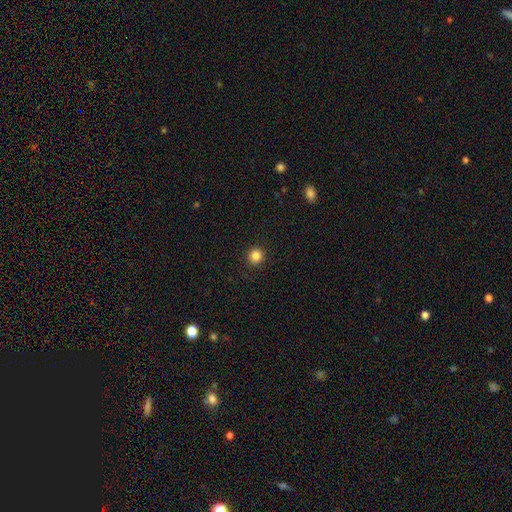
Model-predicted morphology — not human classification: smooth-or-featured: smooth: 85% | star or artifact: 11% | featured or disk: 4%
  how-rounded: round: 92% | in between: 7% | cigar-shaped: 1%
  merging: none: 92% | minor disturbance: 5% | major disturbance: 2% | merger: 1%